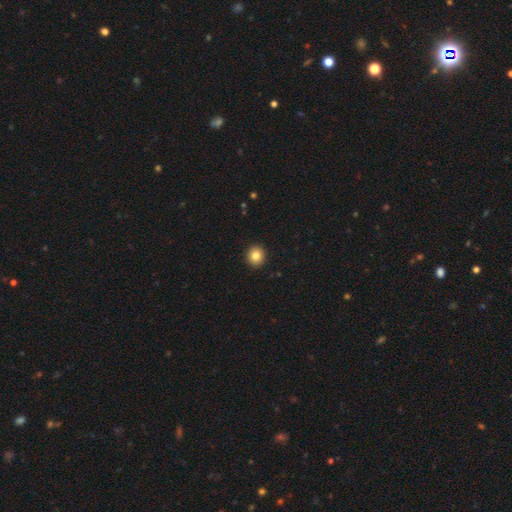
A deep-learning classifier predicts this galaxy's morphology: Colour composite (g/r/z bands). It shows a smooth galaxy with no disk features (83%) that is round (84%). Merging: none (93%).